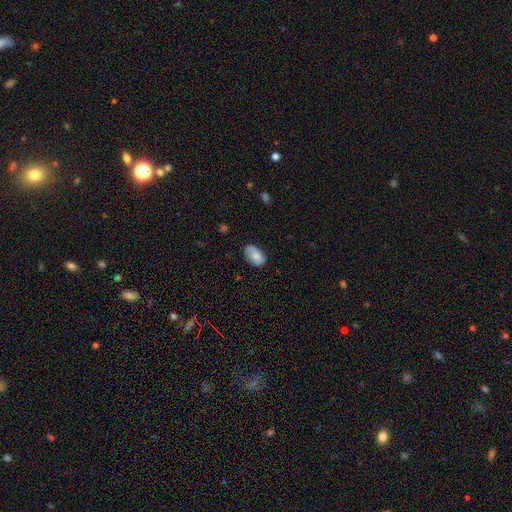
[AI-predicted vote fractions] Smooth or featured? smooth (70%)
How rounded? in between (92%)
Merging? none (71%)